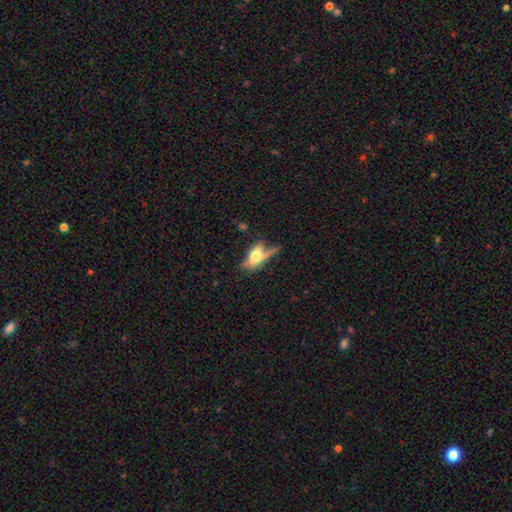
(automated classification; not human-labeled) smooth 53%, featured or disk 38%, star or artifact 9%. Down the decision tree: how rounded — in between (66%); merging — none (42%).